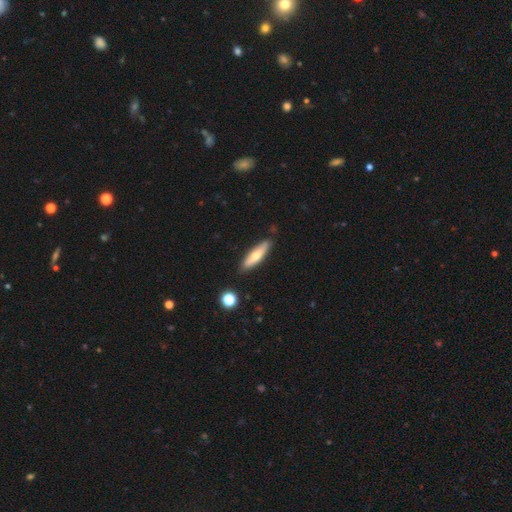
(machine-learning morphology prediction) Smooth or featured?
  - smooth: 63% *
  - featured or disk: 31%
  - star or artifact: 6%
How rounded?
  - cigar-shaped: 70% *
  - in between: 29%
  - round: 2%
Merging?
  - none: 85% *
  - minor disturbance: 11%
  - merger: 3%
  - major disturbance: 2%